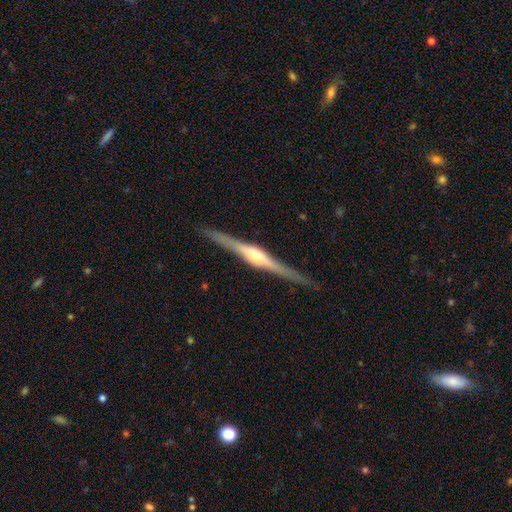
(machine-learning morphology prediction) Smooth or featured? featured or disk (83%)
Edge-on disk? yes (98%)
Edge-on bulge? rounded (83%)
Merging? none (88%)